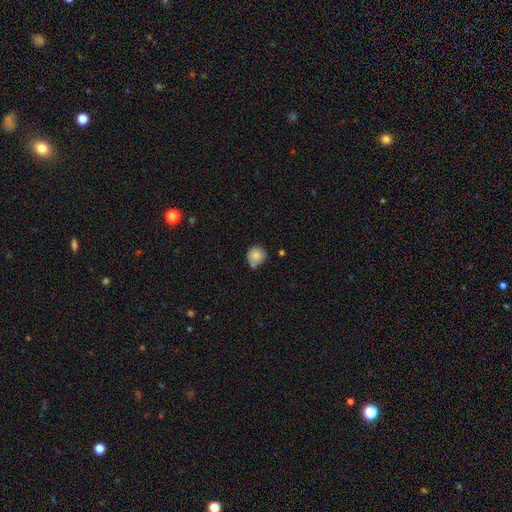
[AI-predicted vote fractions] Overall: smooth (84%). How rounded: round (89%). Merging: none (60%; minor disturbance 24%).